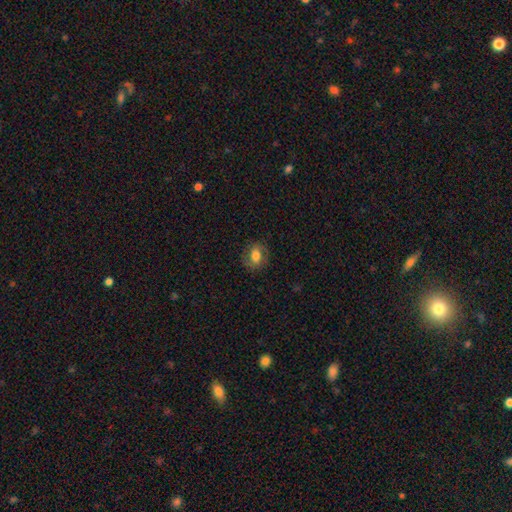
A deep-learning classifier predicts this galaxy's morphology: This appears to be a smooth galaxy with no disk features (66%) that is in between round and cigar-shaped (63%). Merging: none (78%).